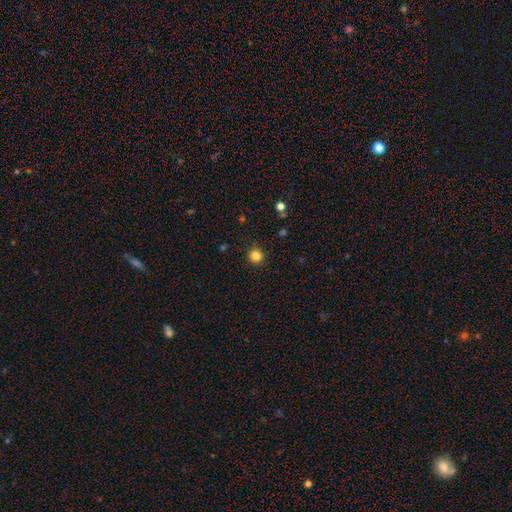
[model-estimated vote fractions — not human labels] The model was most divided on "smooth or featured": smooth: 83%, star or artifact: 13%, featured or disk: 4%. More confident: how rounded — round (95%); merging — none (92%).